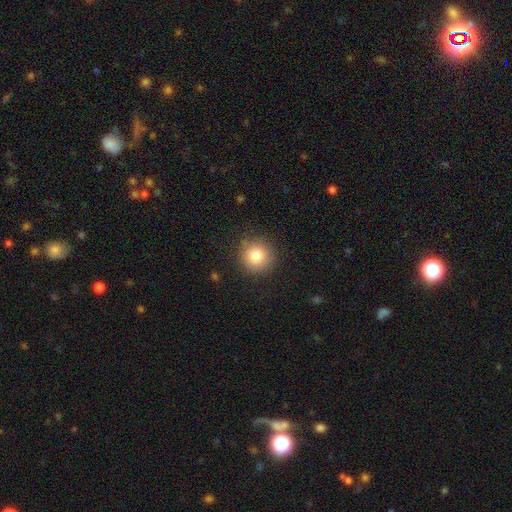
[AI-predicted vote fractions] Smooth or featured? Predicted: smooth (p=0.80). How rounded? Predicted: round (p=0.94). Merging? Predicted: none (p=0.87).